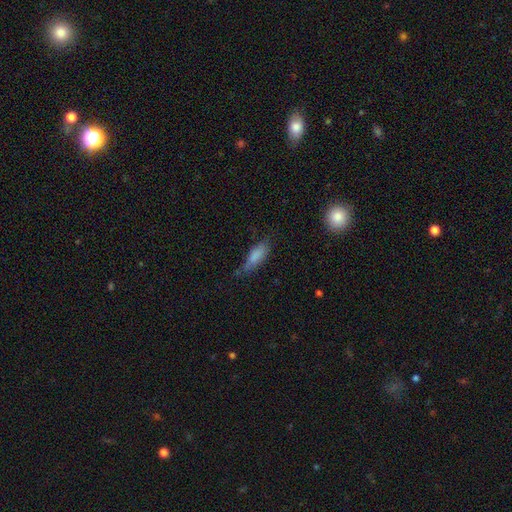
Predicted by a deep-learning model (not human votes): Morphology: type=smooth (78%); roundness=in between (61%); merging=none (54%).